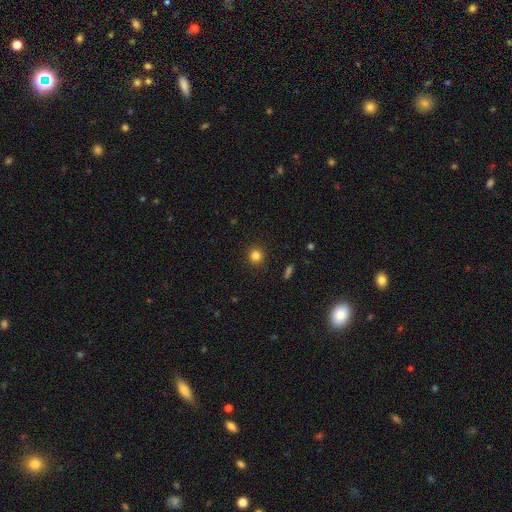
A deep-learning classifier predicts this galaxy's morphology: This is clearly a smooth galaxy (83%). How rounded: clearly round (93%). Merging: clearly none (91%).